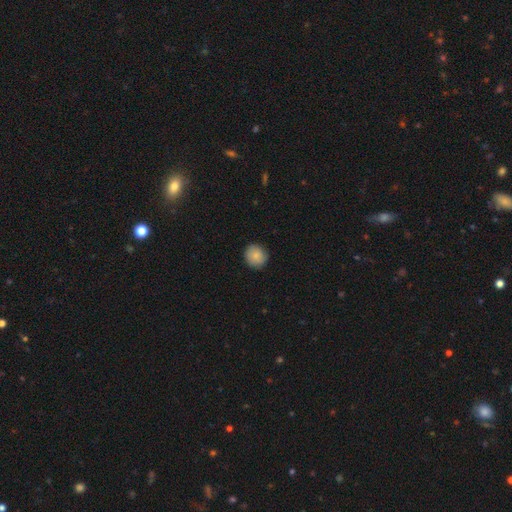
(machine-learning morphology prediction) This appears to be a smooth galaxy with no disk features (87%) that is round (89%). Merging: none (88%).